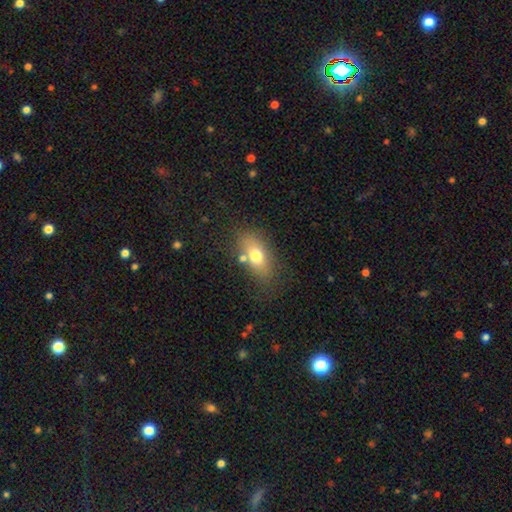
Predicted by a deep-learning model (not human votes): This is likely a smooth galaxy (71%). How rounded: clearly in between (83%). Merging: likely none (70%).